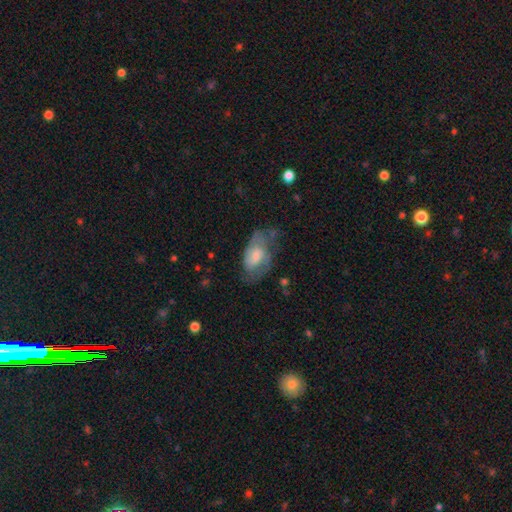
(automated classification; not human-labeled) Smooth or featured? Predicted: featured or disk (p=0.54). Edge-on disk? Predicted: no (p=0.95). Bar? Predicted: no (p=0.50). Spiral arms? Predicted: yes (p=0.77). Bulge size? Predicted: moderate (p=0.41). Merging? Predicted: none (p=0.44).